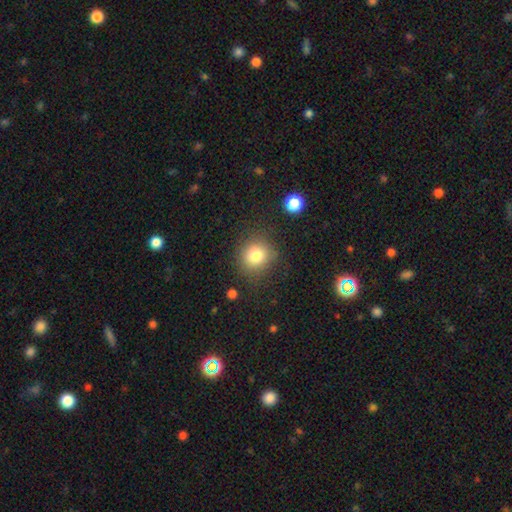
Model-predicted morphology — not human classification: Overall: smooth (80%). How rounded: round (88%). Merging: none (81%).